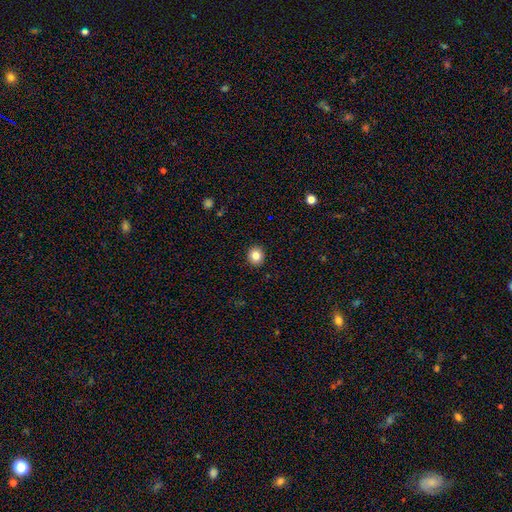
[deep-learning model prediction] smooth-or-featured: smooth: 83% | star or artifact: 11% | featured or disk: 6%
  how-rounded: round: 86% | in between: 13% | cigar-shaped: 1%
  merging: none: 93% | minor disturbance: 5% | major disturbance: 1% | merger: 1%